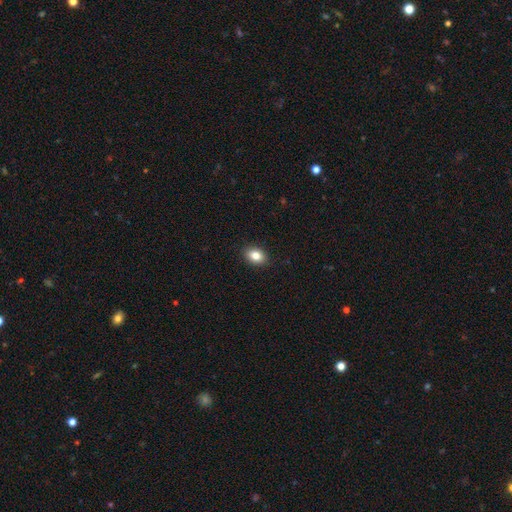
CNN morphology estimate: This is clearly a smooth galaxy (83%). How rounded: likely in between (76%). Merging: clearly none (90%).